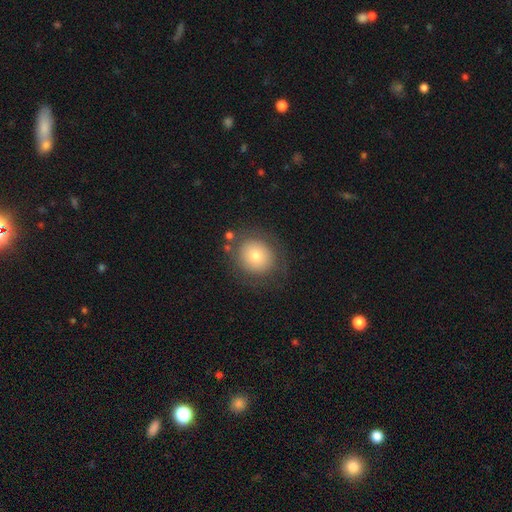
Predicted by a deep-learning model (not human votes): Smooth or featured? smooth (70%)
How rounded? round (83%)
Merging? none (79%)